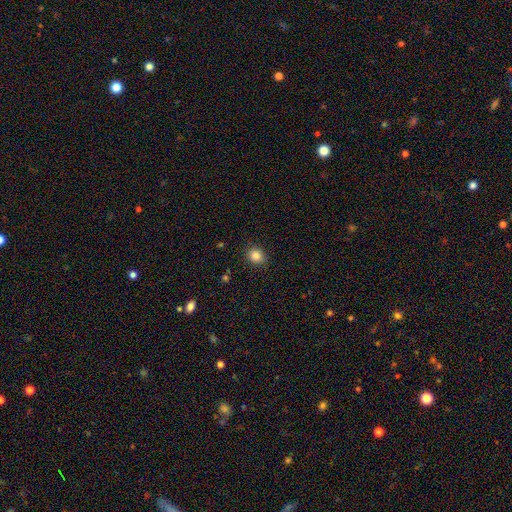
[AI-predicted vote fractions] Smooth or featured: smooth — 84% (star or artifact — 11%)
How rounded: round — 67% (in between — 32%)
Merging: none — 88% (minor disturbance — 9%)